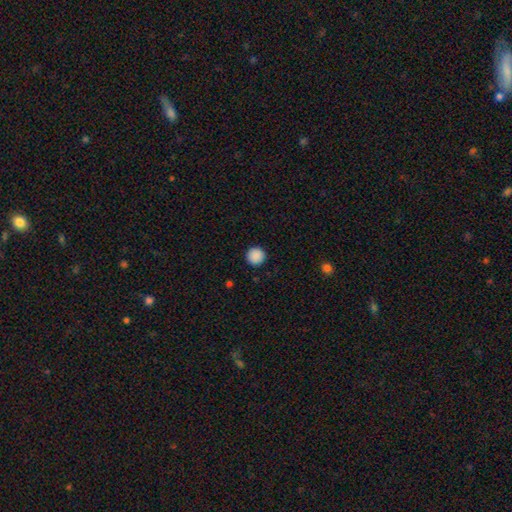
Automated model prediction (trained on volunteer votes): Morphology: type=smooth (90%); roundness=round (96%); merging=none (92%).